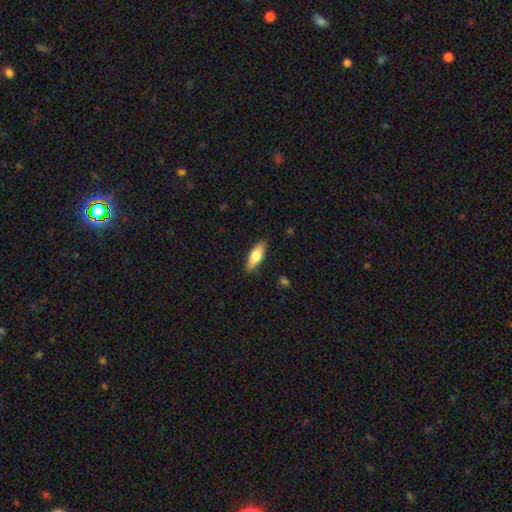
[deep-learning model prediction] smooth-or-featured: smooth: 70% | featured or disk: 24% | star or artifact: 6%
  how-rounded: in between: 63% | cigar-shaped: 35% | round: 2%
  merging: none: 87% | minor disturbance: 10% | major disturbance: 2% | merger: 1%